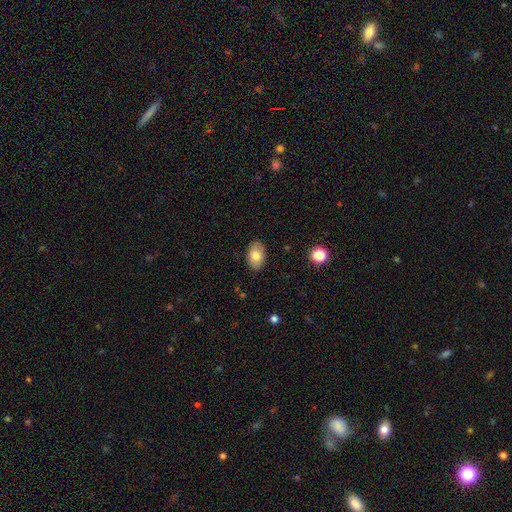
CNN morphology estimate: Smooth or featured? Predicted: smooth (p=0.76). How rounded? Predicted: in between (p=0.90). Merging? Predicted: none (p=0.86).